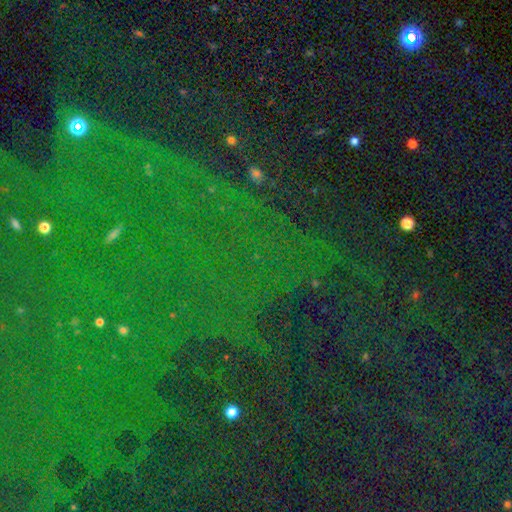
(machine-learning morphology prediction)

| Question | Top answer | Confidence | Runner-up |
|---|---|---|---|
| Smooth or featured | star or artifact | 84% | smooth (9%) |